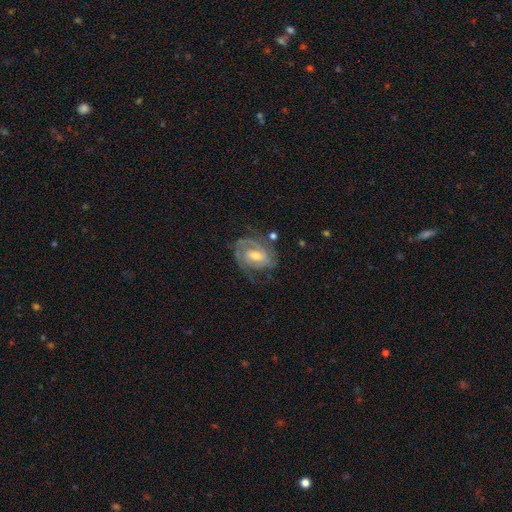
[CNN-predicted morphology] This is clearly a featured or disk galaxy (84%). It is clearly not viewed edge-on (97%). Bar: possibly weak (49%). Spiral arm pattern: clearly yes (94%). Spiral arm count: possibly 2 (55%). Spiral winding: possibly tight (54%). Central bulge: likely moderate (61%). Merging: likely none (64%).